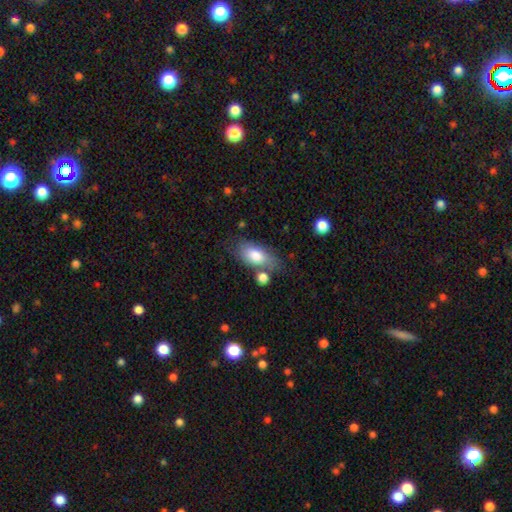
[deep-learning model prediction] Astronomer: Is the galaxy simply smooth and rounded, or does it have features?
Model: smooth — 77%.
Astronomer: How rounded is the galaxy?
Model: in between — 88%.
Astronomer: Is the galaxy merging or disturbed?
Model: none — 56%.